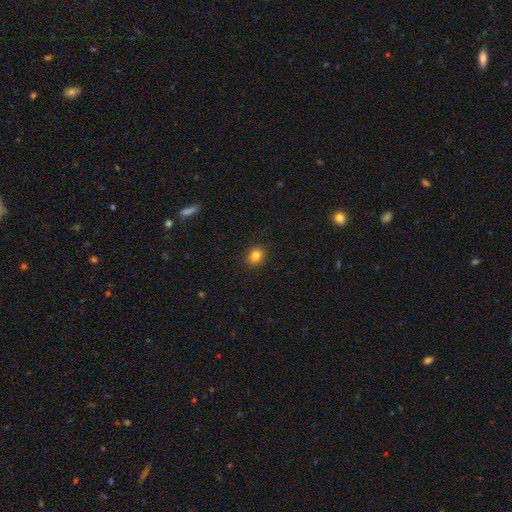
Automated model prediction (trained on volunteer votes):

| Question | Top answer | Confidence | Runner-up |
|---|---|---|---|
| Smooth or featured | smooth | 83% | star or artifact (11%) |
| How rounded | round | 62% | in between (37%) |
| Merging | none | 91% | minor disturbance (7%) |